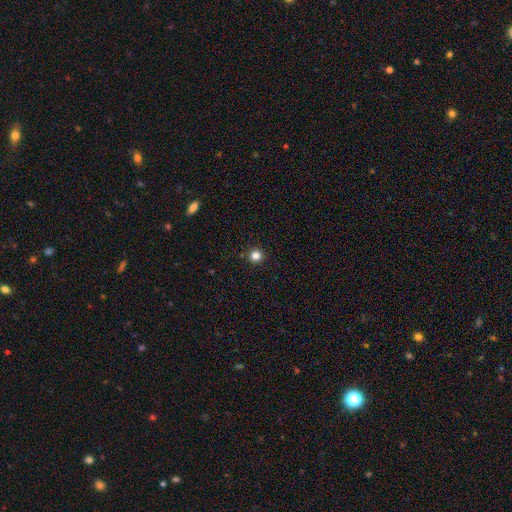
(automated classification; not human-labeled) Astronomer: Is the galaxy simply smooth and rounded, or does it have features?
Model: smooth — 82%.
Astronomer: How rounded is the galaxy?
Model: round — 95%.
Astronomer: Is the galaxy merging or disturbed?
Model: none — 93%.